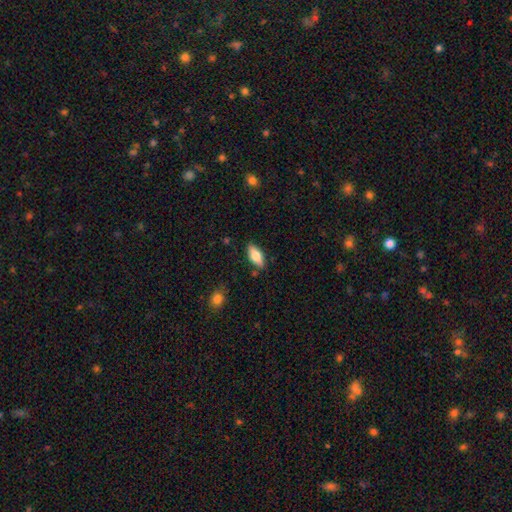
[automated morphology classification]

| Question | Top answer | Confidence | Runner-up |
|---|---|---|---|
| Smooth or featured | smooth | 72% | featured or disk (22%) |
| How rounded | in between | 82% | cigar-shaped (16%) |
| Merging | none | 83% | minor disturbance (12%) |